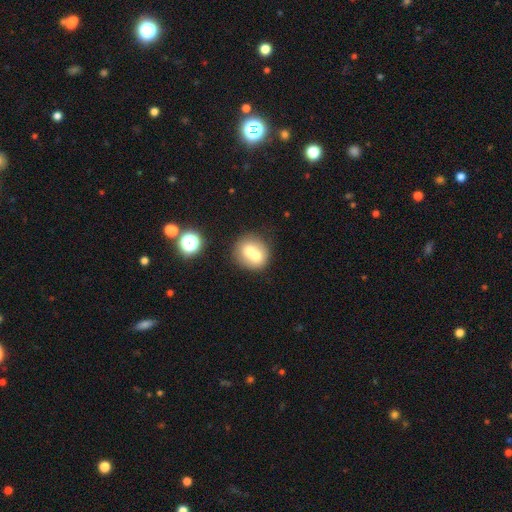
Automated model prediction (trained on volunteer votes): A smooth galaxy with no disk features (65%) that is round (83%). Merging: merger (58%).